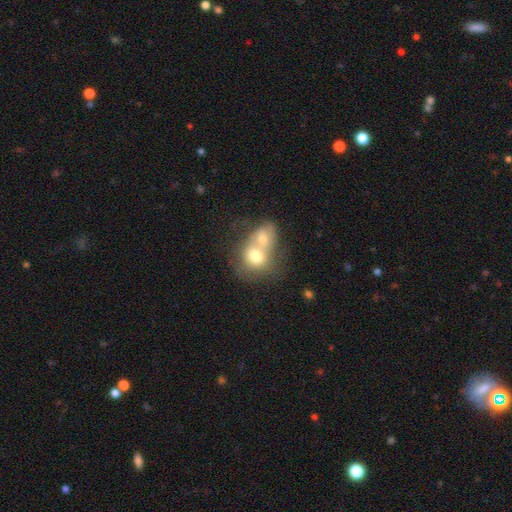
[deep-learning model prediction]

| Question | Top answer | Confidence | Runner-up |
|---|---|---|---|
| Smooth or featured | smooth | 65% | featured or disk (26%) |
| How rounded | round | 59% | in between (40%) |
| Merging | merger | 76% | none (14%) |